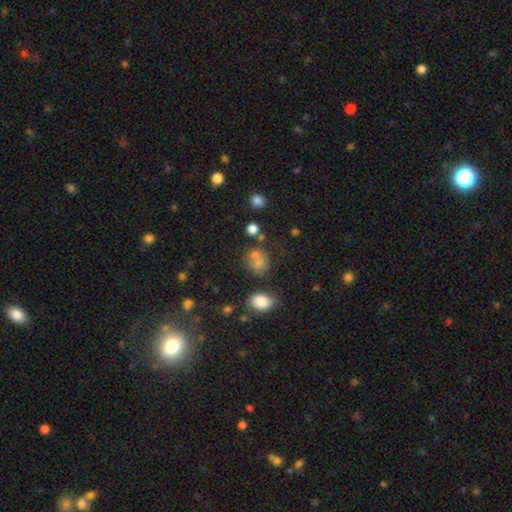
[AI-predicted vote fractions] Smooth or featured? Predicted: smooth (p=0.65). How rounded? Predicted: round (p=0.67). Merging? Predicted: none (p=0.49).